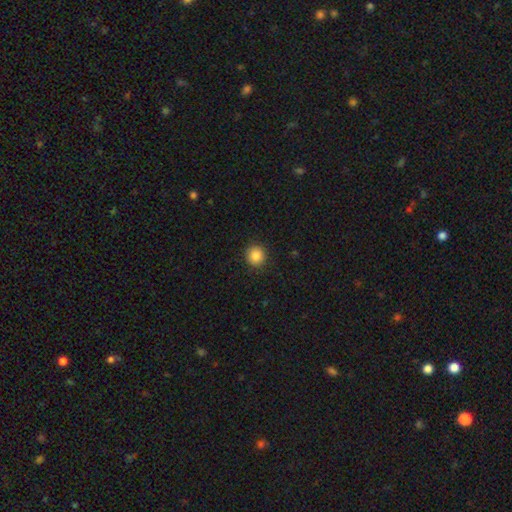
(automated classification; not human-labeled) smooth 87%, star or artifact 10%, featured or disk 4%. Down the decision tree: how rounded — round (91%); merging — none (92%).